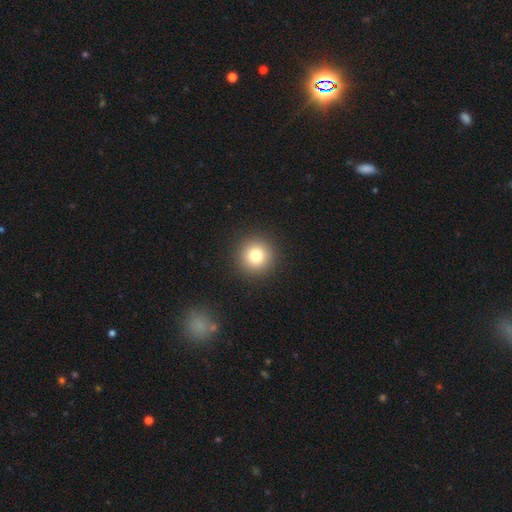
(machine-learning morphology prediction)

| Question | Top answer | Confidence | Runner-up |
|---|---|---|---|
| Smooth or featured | smooth | 80% | star or artifact (12%) |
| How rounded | round | 95% | in between (4%) |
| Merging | none | 92% | minor disturbance (5%) |